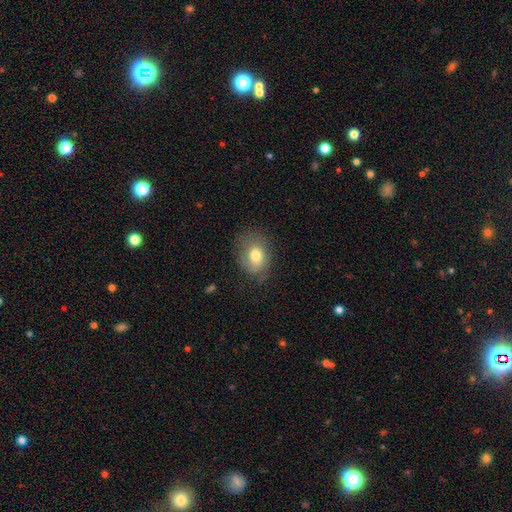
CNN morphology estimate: Overall: smooth (68%). How rounded: in between (67%; round 32%). Merging: none (62%; minor disturbance 25%).